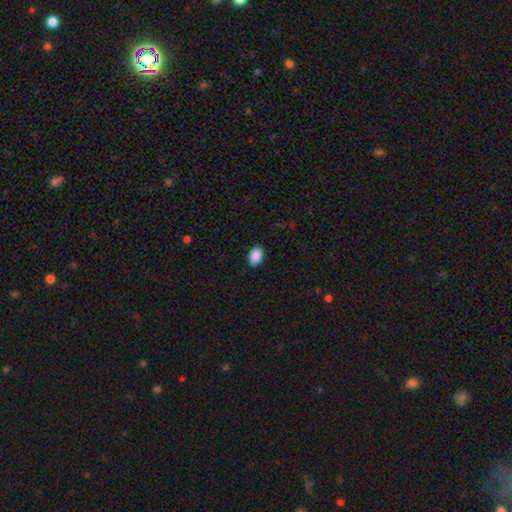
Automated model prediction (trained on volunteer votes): Smooth or featured: smooth — 90% (star or artifact — 7%)
How rounded: in between — 87% (round — 11%)
Merging: none — 89% (minor disturbance — 8%)